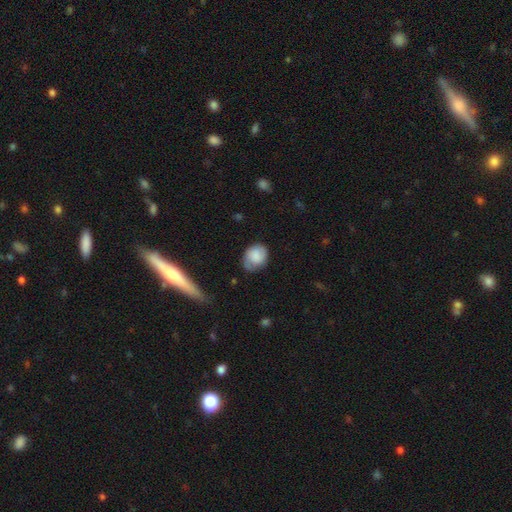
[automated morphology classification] type=smooth (72%); roundness=in between (50%); merging=none (54%).